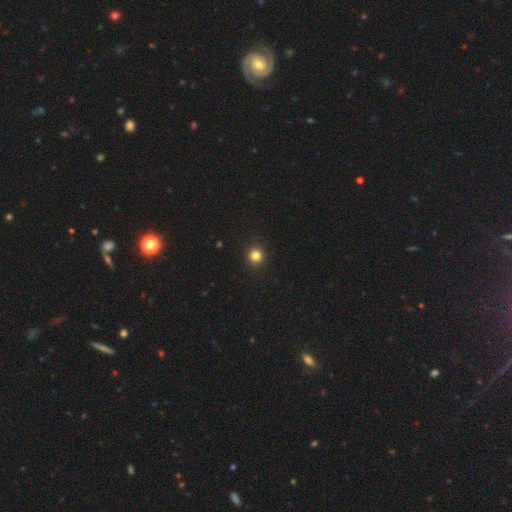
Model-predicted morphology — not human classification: type=smooth (82%); roundness=round (93%); merging=none (93%).